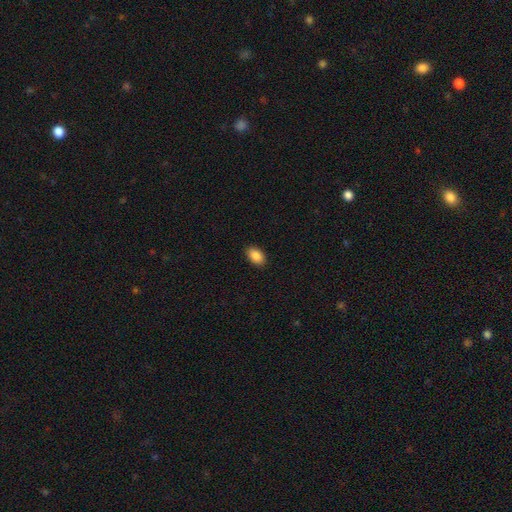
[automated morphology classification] type=smooth (89%); roundness=in between (89%); merging=none (89%).